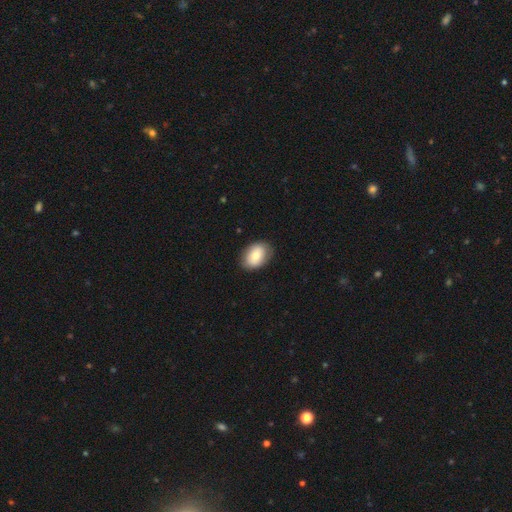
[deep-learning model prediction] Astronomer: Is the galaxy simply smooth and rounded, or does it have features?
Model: smooth — 76%.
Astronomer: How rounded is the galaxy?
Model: in between — 80%.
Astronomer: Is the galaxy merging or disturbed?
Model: none — 85%.